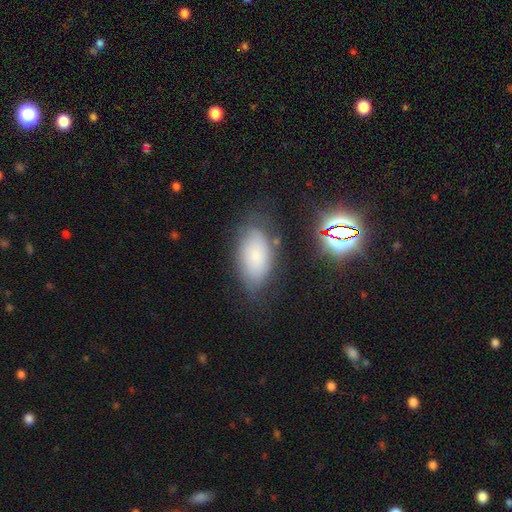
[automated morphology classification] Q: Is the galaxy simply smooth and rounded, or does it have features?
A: smooth — 67%.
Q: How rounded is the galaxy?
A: in between — 93%.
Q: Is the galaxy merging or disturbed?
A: none — 66%.